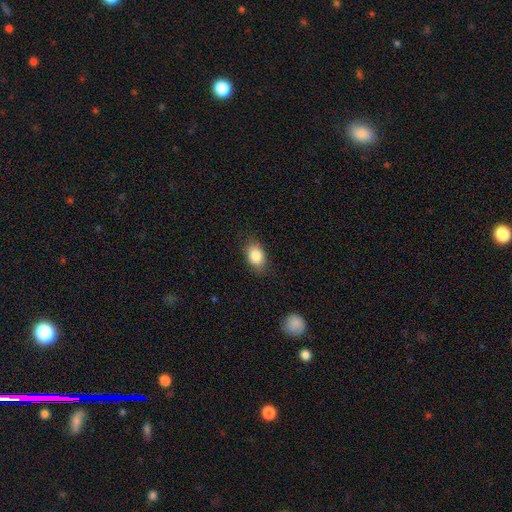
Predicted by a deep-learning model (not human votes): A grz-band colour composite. It shows a smooth galaxy with no disk features (84%) that is in between round and cigar-shaped (77%). Merging: none (83%).